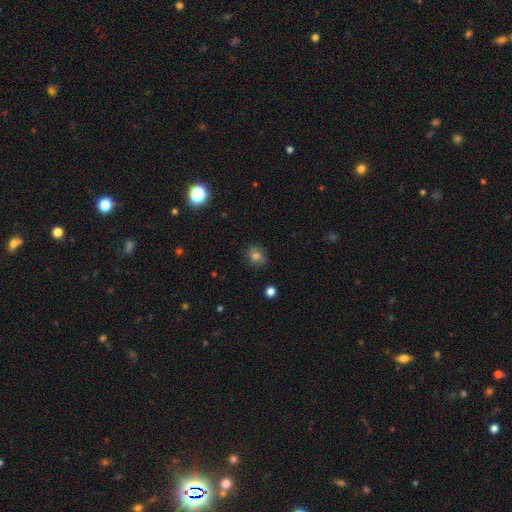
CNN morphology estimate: Overall: smooth (70%). How rounded: round (64%; in between 35%). Merging: none (71%).